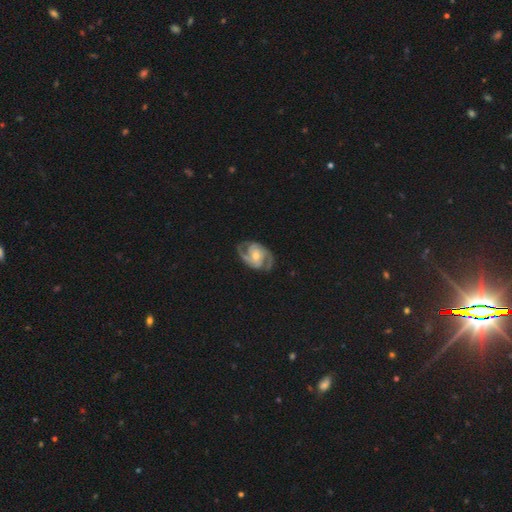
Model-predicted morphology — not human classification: Smooth or featured? featured or disk (90%)
Edge-on disk? no (97%)
Bar? no (58%)
Spiral arms? yes (97%)
Spiral winding? medium (52%)
Spiral arm count? 2 (86%)
Bulge size? moderate (56%)
Merging? none (80%)